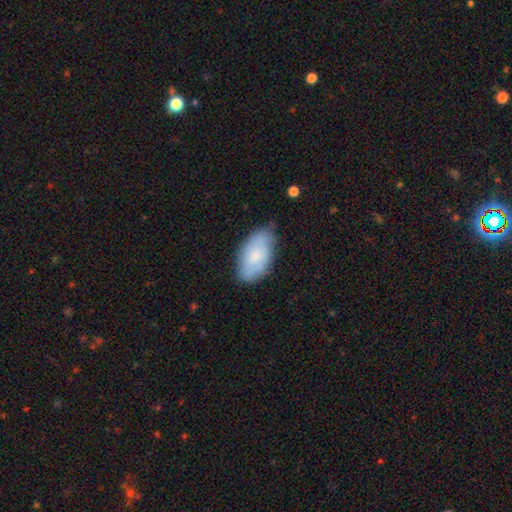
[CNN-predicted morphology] smooth-or-featured: smooth: 76% | featured or disk: 18% | star or artifact: 6%
  how-rounded: in between: 95% | round: 3% | cigar-shaped: 3%
  merging: none: 69% | minor disturbance: 26% | major disturbance: 4% | merger: 2%